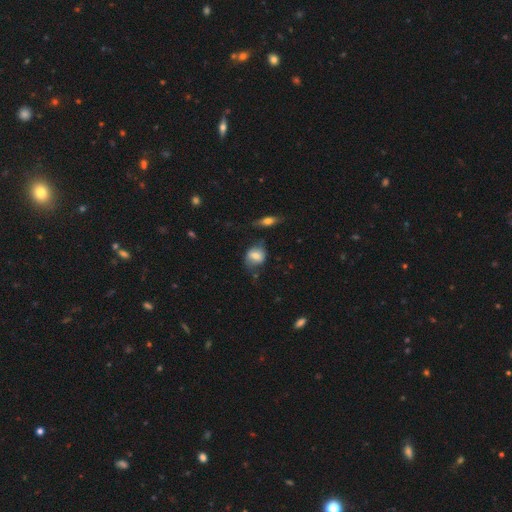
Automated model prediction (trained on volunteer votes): This is likely a smooth galaxy (66%). How rounded: possibly in between (55%). Merging: likely none (60%).